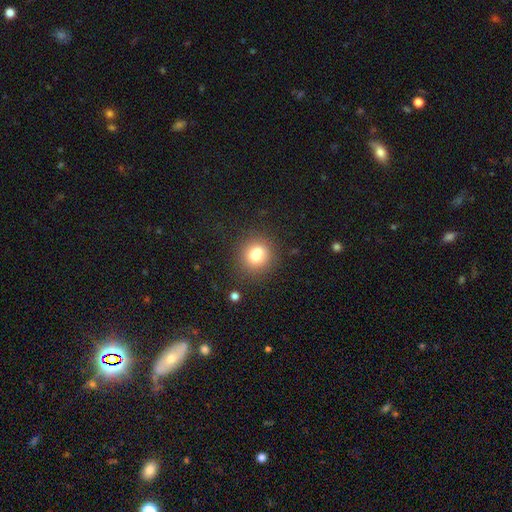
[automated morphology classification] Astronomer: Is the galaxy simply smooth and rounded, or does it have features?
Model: smooth — 74%.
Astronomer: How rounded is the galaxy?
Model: round — 88%.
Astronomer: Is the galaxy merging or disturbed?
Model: none — 73%.